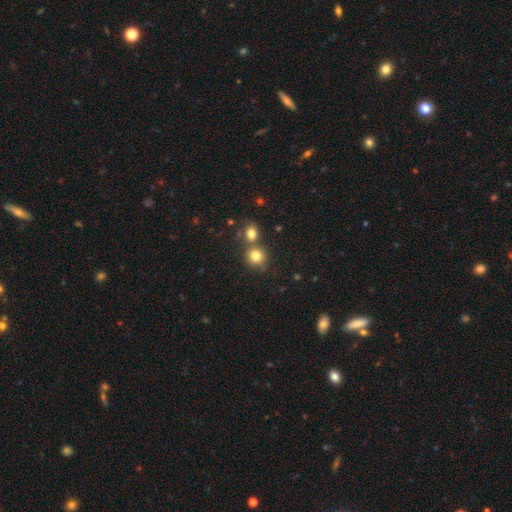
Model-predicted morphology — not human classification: Overall: smooth (81%). How rounded: round (86%). Merging: none (58%; merger 31%).